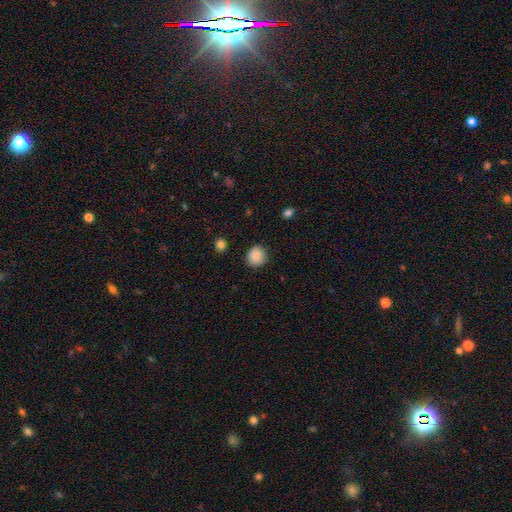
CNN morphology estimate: Overall: smooth (88%). How rounded: round (89%). Merging: none (87%).